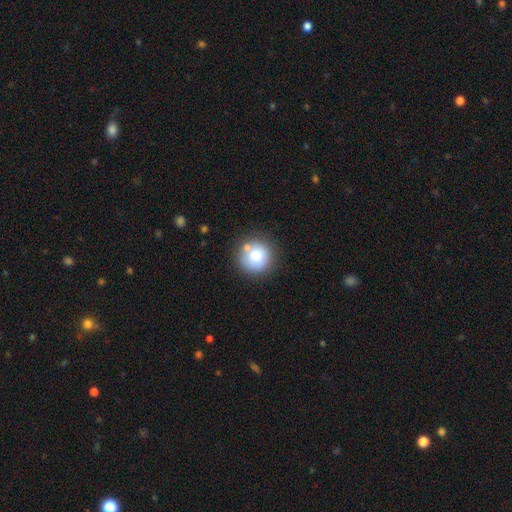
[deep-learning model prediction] A smooth galaxy with no disk features (76%) that is round (94%). Merging: none (75%).